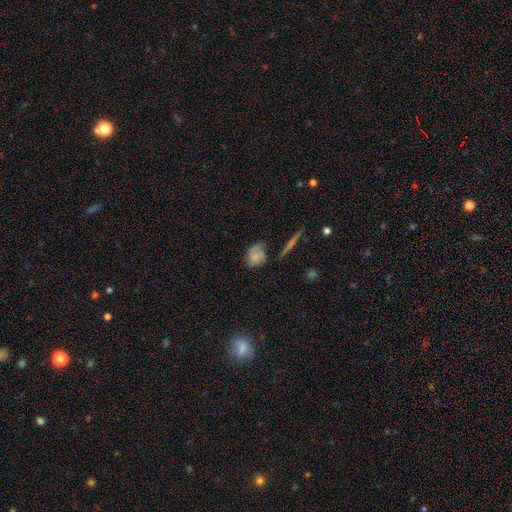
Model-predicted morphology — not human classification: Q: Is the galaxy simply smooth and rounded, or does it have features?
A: smooth — 67%.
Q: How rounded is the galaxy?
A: round — 52%.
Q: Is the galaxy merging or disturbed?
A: none — 51%.